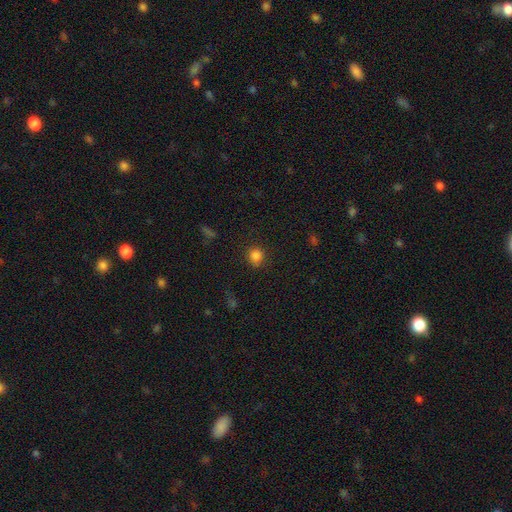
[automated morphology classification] Smooth or featured? Predicted: smooth (p=0.83). How rounded? Predicted: round (p=0.87). Merging? Predicted: none (p=0.84).